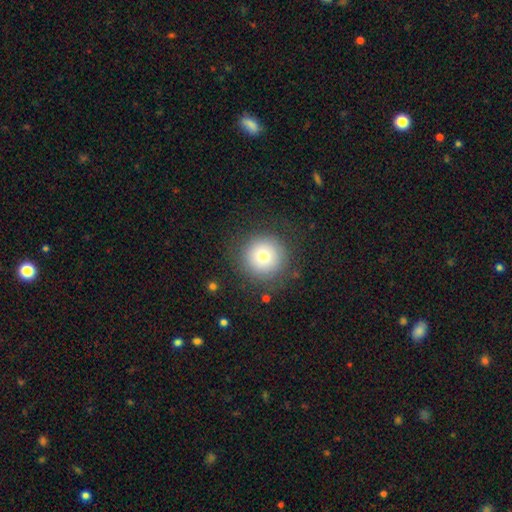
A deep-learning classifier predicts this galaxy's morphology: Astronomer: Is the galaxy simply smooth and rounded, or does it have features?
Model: smooth — 74%.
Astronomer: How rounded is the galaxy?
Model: round — 96%.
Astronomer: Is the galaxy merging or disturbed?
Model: none — 84%.